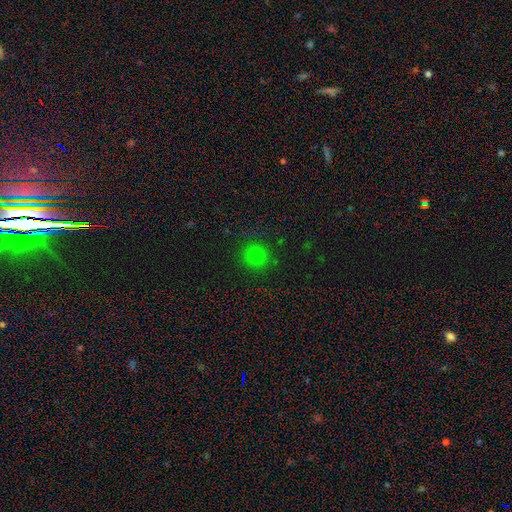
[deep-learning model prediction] Q: Smooth or featured?
A: smooth (75%); runner-up: star or artifact (19%)
Q: How rounded?
A: round (92%); runner-up: in between (8%)
Q: Merging?
A: none (88%); runner-up: minor disturbance (8%)